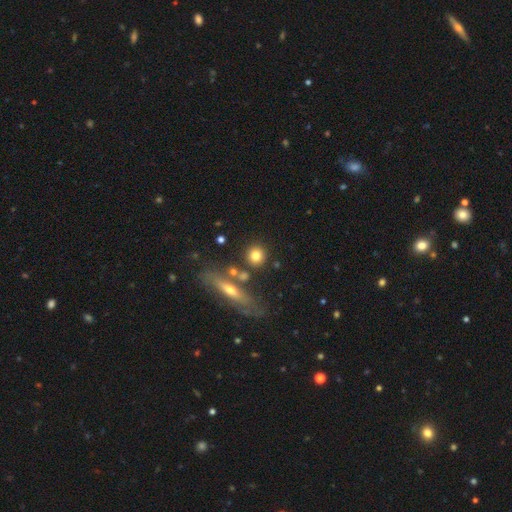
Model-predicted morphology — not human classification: Smooth or featured: smooth — 74% (featured or disk — 15%)
How rounded: round — 87% (in between — 10%)
Merging: none — 77% (merger — 9%)